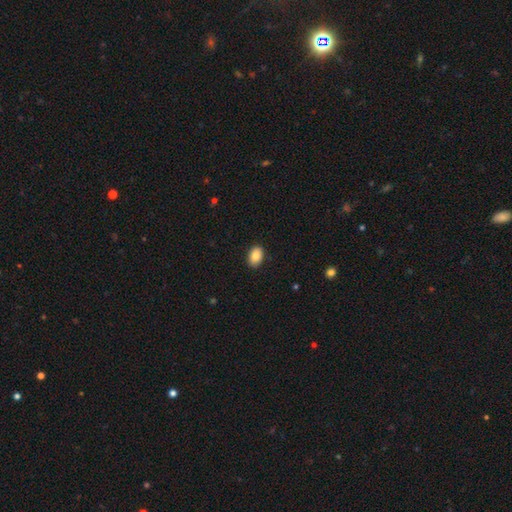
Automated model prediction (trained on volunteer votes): Q: Smooth or featured?
A: smooth (87%); runner-up: star or artifact (7%)
Q: How rounded?
A: in between (86%); runner-up: round (13%)
Q: Merging?
A: none (90%); runner-up: minor disturbance (8%)